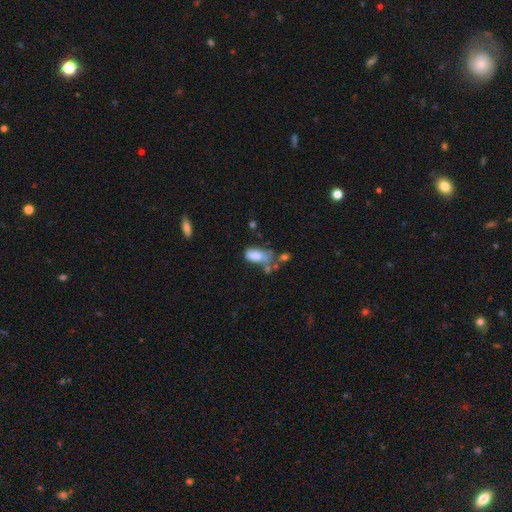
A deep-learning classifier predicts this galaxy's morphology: Smooth or featured? smooth (72%)
How rounded? in between (90%)
Merging? none (26%, tied with merger)